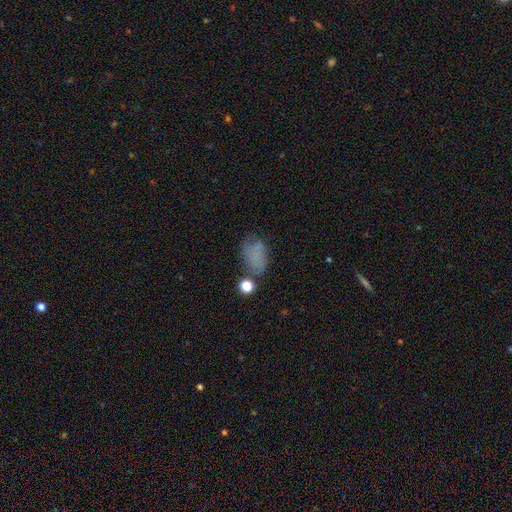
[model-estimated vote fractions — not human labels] This appears to be a smooth galaxy with no disk features (64%) that is in between round and cigar-shaped (82%). Merging: none (45%).